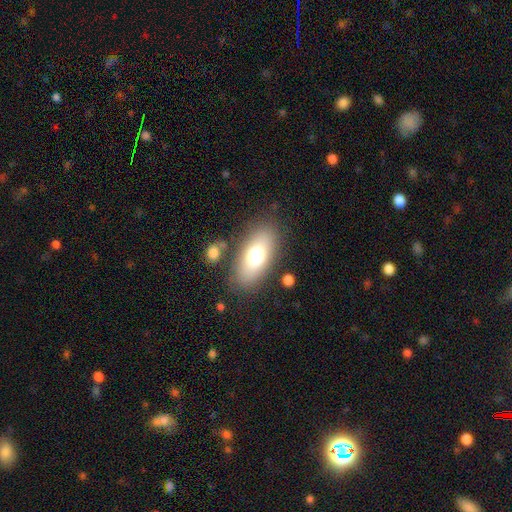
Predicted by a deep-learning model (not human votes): Q: Smooth or featured?
A: smooth (70%); runner-up: featured or disk (20%)
Q: How rounded?
A: in between (86%); runner-up: round (7%)
Q: Merging?
A: none (81%); runner-up: minor disturbance (10%)